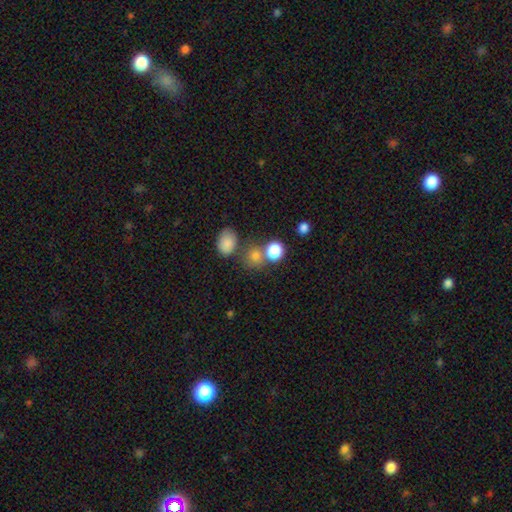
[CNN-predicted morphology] Smooth or featured? Predicted: smooth (p=0.79). How rounded? Predicted: round (p=0.75). Merging? Predicted: none (p=0.57).